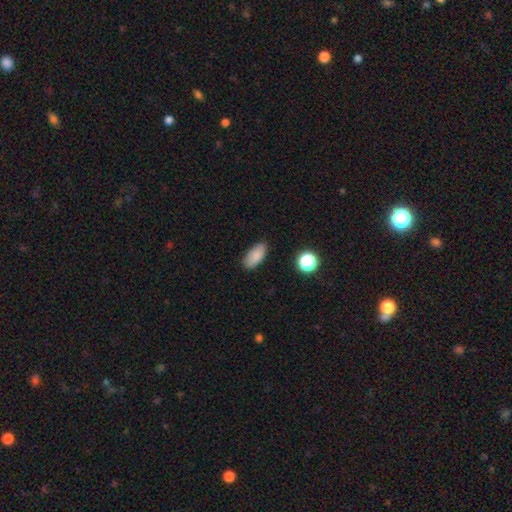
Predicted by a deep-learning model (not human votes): The model was most divided on "merging": none: 83%, minor disturbance: 13%, major disturbance: 3%, merger: 2%. More confident: how rounded — in between (89%); smooth or featured — smooth (85%).